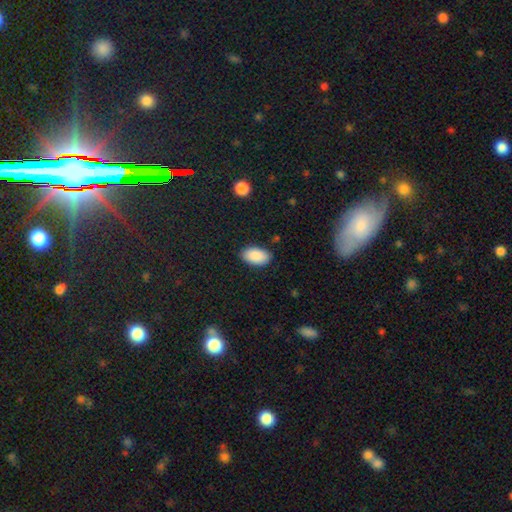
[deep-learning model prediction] A smooth galaxy with no disk features (90%) that is in between round and cigar-shaped (95%). Merging: none (86%).